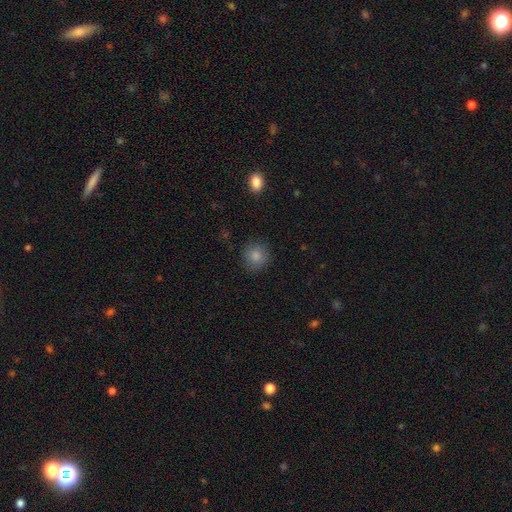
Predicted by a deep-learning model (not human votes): A smooth galaxy with no disk features (85%) that is round (89%).

Vote fractions:
- Smooth or featured? smooth: 85% / star or artifact: 10% / featured or disk: 5%
- How rounded? round: 89% / in between: 10% / cigar-shaped: 1%
- Merging? none: 87% / minor disturbance: 9% / major disturbance: 3% / merger: 1%